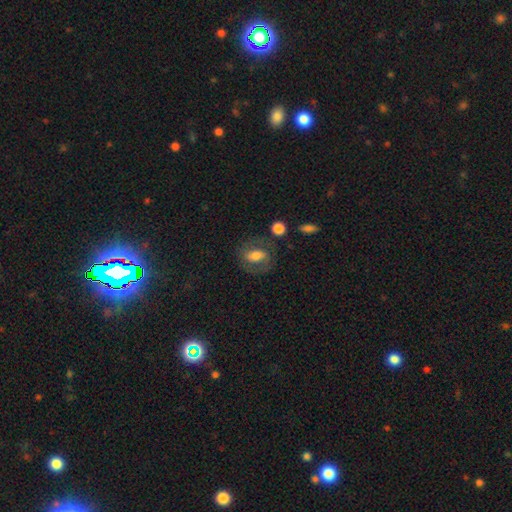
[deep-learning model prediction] Smooth or featured? Predicted: smooth (p=0.55). How rounded? Predicted: in between (p=0.70). Merging? Predicted: none (p=0.67).